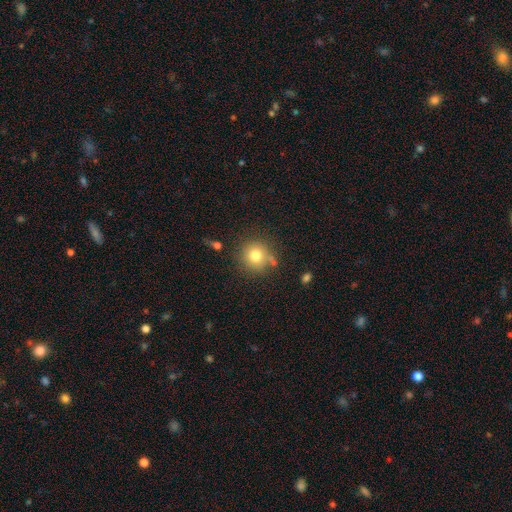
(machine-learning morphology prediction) smooth-or-featured: smooth: 77% | star or artifact: 12% | featured or disk: 11%
  how-rounded: round: 91% | in between: 8% | cigar-shaped: 1%
  merging: none: 73% | minor disturbance: 14% | merger: 8% | major disturbance: 5%